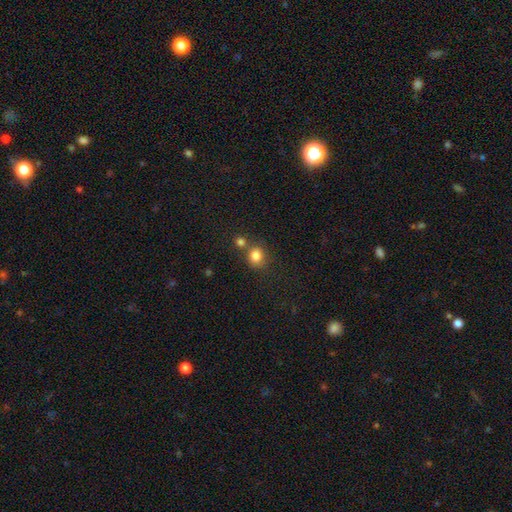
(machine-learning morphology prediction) This is clearly a smooth galaxy (82%). How rounded: clearly round (81%). Merging: likely none (61%).